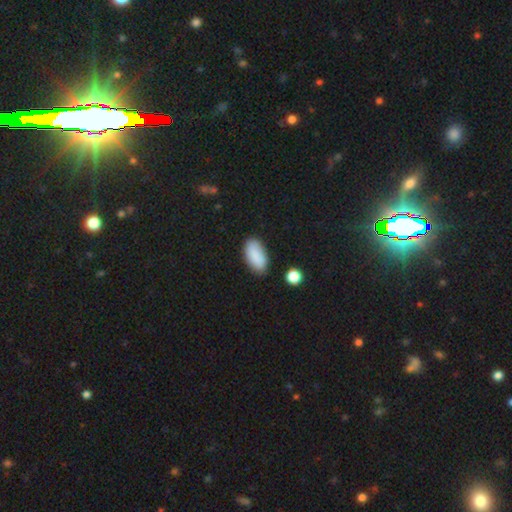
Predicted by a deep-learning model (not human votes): The model was most divided on "merging": none: 80%, minor disturbance: 15%, major disturbance: 3%, merger: 3%. More confident: how rounded — in between (93%); smooth or featured — smooth (87%).